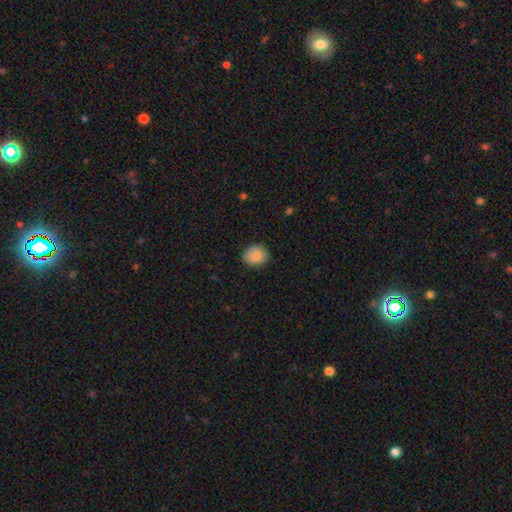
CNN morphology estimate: smooth-or-featured: smooth: 87% | star or artifact: 7% | featured or disk: 6%
  how-rounded: round: 62% | in between: 37% | cigar-shaped: 1%
  merging: none: 85% | minor disturbance: 12% | major disturbance: 2% | merger: 1%